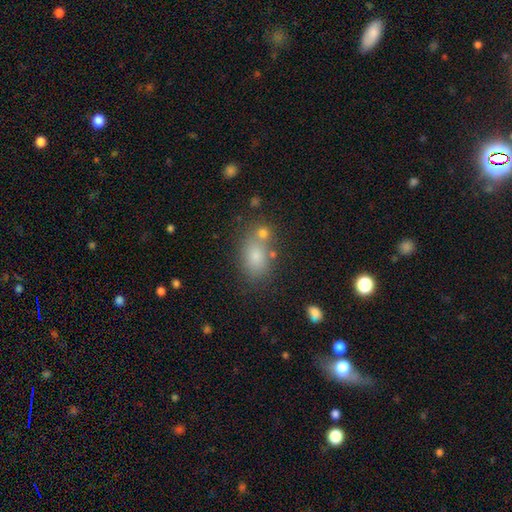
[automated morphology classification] This appears to be a smooth galaxy with no disk features (77%) that is in between round and cigar-shaped (80%). Merging: none (63%).